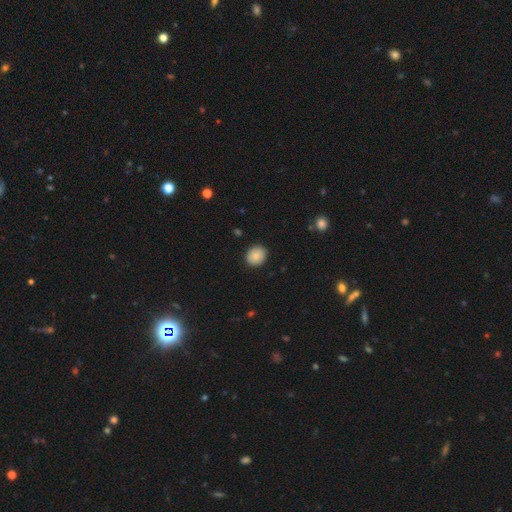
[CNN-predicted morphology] This is clearly a smooth galaxy (85%). How rounded: likely round (72%). Merging: clearly none (89%).